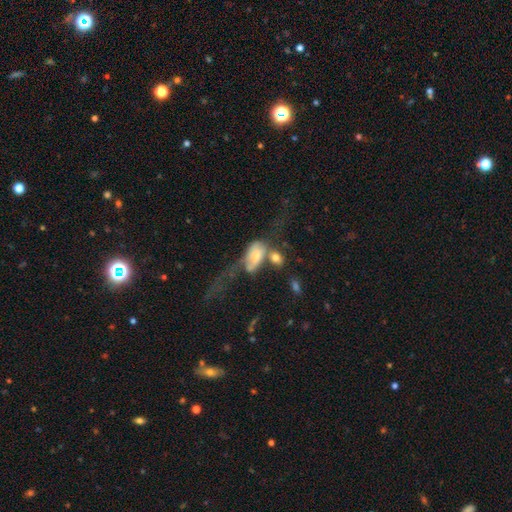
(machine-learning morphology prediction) smooth_or_featured: smooth (p=0.54) [alt: featured or disk p=0.38]
how_rounded: in between (p=0.88) [alt: round p=0.06]
merging: merger (p=0.46) [alt: major disturbance p=0.33]